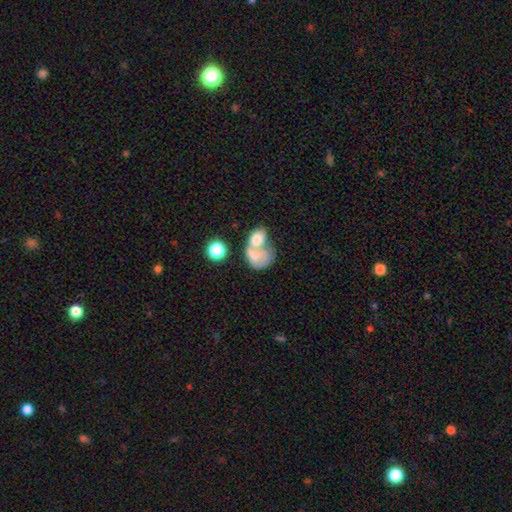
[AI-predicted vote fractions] smooth-or-featured: smooth: 60% | featured or disk: 31% | star or artifact: 9%
  how-rounded: in between: 71% | round: 28% | cigar-shaped: 1%
  merging: merger: 69% | none: 12% | major disturbance: 12% | minor disturbance: 7%